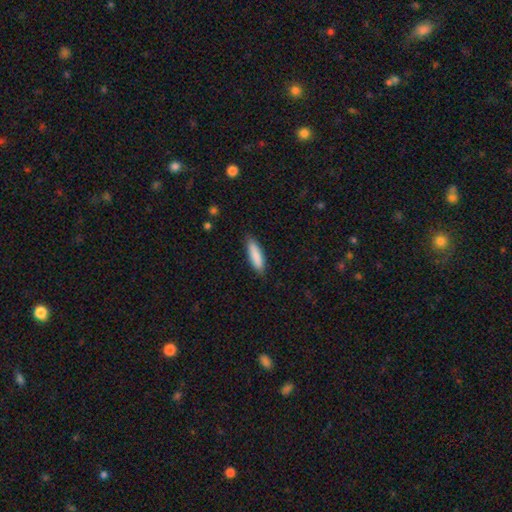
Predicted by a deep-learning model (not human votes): smooth_or_featured: smooth (p=0.86) [alt: featured or disk p=0.08]
how_rounded: cigar-shaped (p=0.68) [alt: in between p=0.31]
merging: none (p=0.86) [alt: minor disturbance p=0.11]